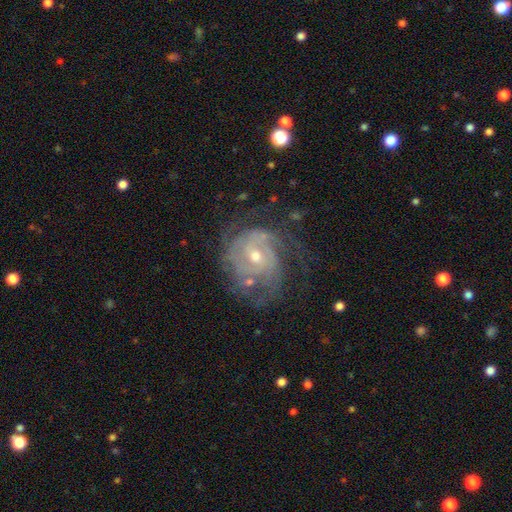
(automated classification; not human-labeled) The model was most divided on "spiral arm count": can't tell: 37%, 2: 22%, 3: 21%, 4: 10%, 1: 6%, more than 4: 5%. More confident: edge-on disk — no (97%); spiral arms — yes (93%); smooth or featured — featured or disk (85%); bar — no (65%); spiral winding — tight (64%); merging — none (58%); bulge size — moderate (56%).